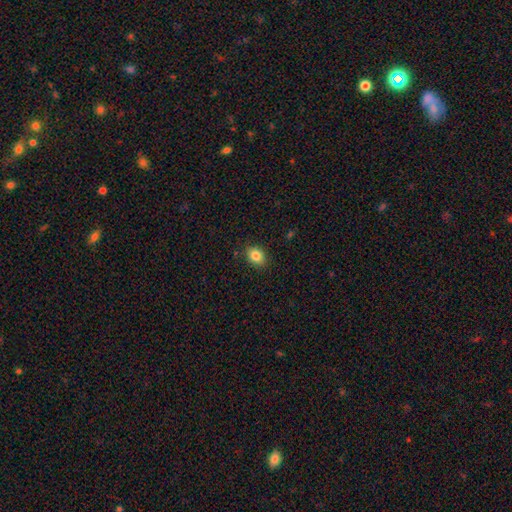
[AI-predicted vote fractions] The model was most divided on "how rounded": in between: 57%, round: 42%, cigar-shaped: 1%. More confident: merging — none (87%); smooth or featured — smooth (84%).